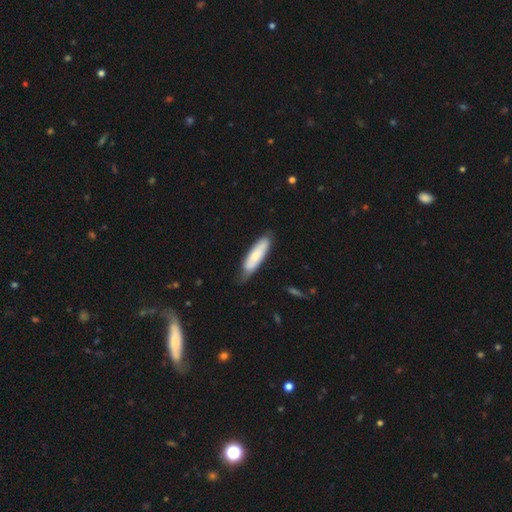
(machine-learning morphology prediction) Smooth or featured? Predicted: smooth (p=0.69). How rounded? Predicted: cigar-shaped (p=0.61). Merging? Predicted: none (p=0.67).